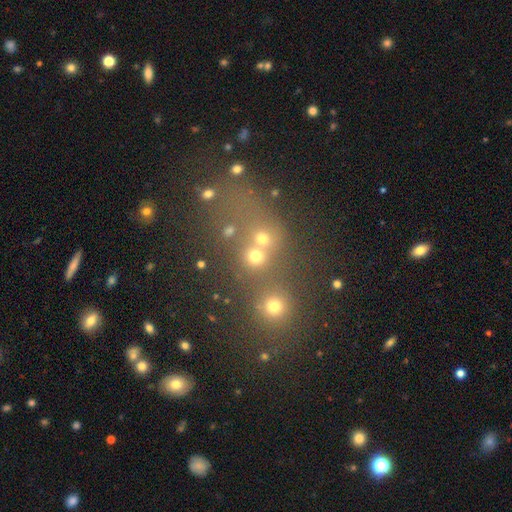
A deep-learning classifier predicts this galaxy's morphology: type=star or artifact (55%).